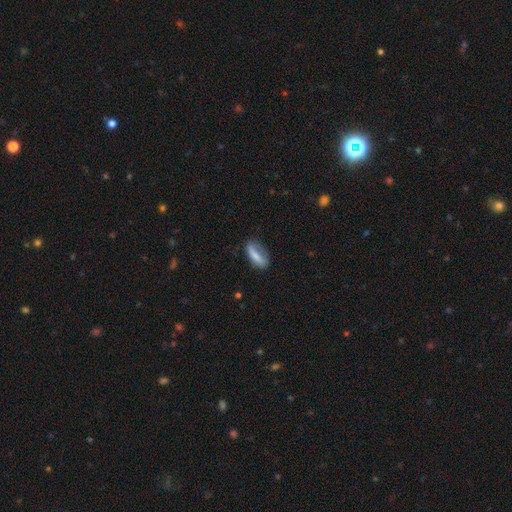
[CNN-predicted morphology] Q: Smooth or featured?
A: smooth (72%); runner-up: featured or disk (21%)
Q: How rounded?
A: in between (60%); runner-up: cigar-shaped (37%)
Q: Merging?
A: none (62%); runner-up: minor disturbance (26%)